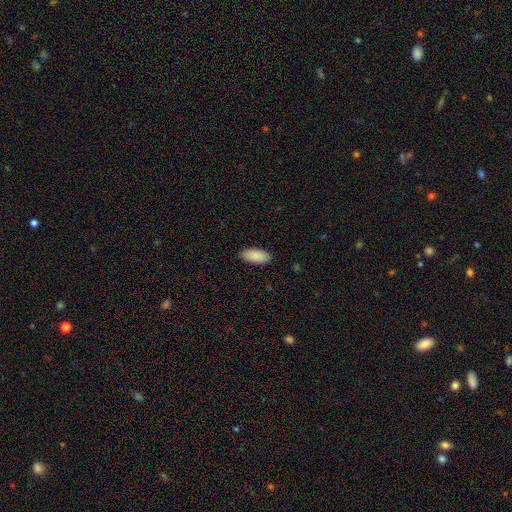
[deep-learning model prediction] smooth 90%, star or artifact 6%, featured or disk 4%. Down the decision tree: how rounded — in between (89%); merging — none (90%).